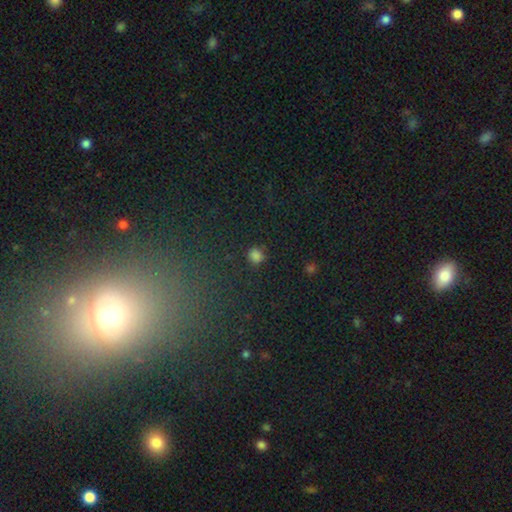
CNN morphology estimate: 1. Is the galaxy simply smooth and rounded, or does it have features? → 76% smooth, 19% star or artifact, 5% featured or disk.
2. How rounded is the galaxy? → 85% round, 14% in between, 1% cigar-shaped.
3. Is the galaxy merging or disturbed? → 81% none, 12% minor disturbance, 4% major disturbance, 2% merger.